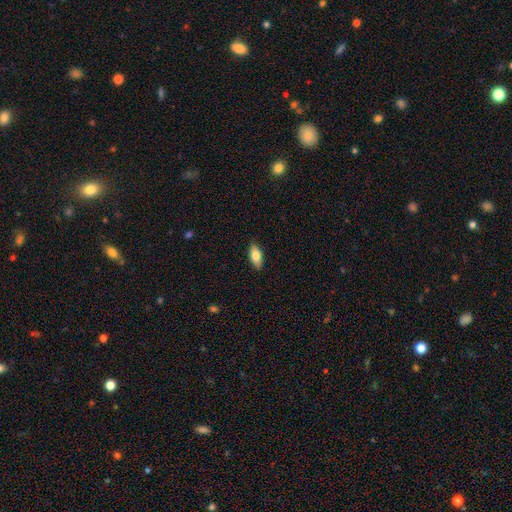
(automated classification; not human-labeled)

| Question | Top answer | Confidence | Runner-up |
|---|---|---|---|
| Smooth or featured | smooth | 77% | featured or disk (16%) |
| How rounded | in between | 86% | cigar-shaped (12%) |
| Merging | none | 87% | minor disturbance (10%) |